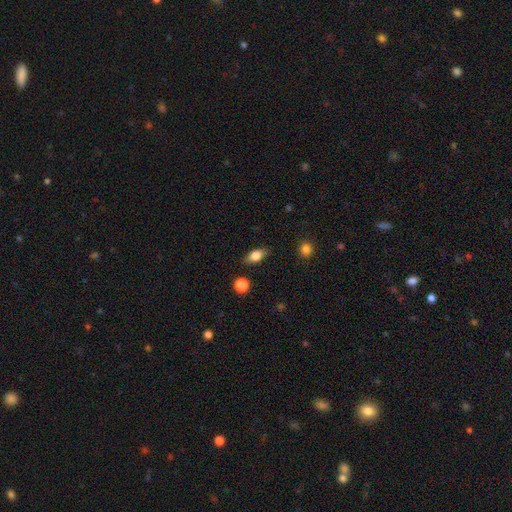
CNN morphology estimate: Smooth or featured? smooth (77%)
How rounded? in between (81%)
Merging? none (84%)